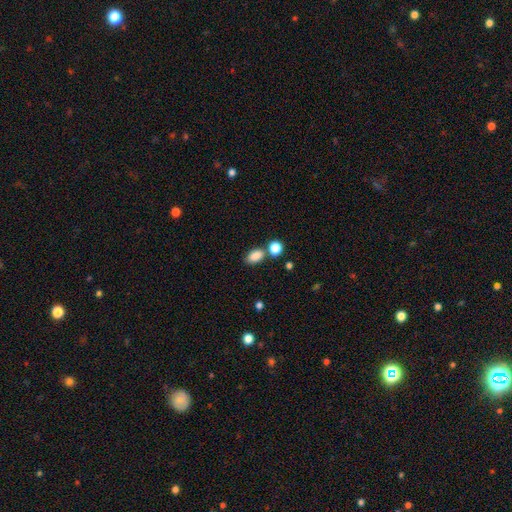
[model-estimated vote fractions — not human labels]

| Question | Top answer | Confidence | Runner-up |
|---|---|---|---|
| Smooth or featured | smooth | 86% | star or artifact (9%) |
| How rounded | in between | 86% | round (12%) |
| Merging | none | 63% | merger (20%) |